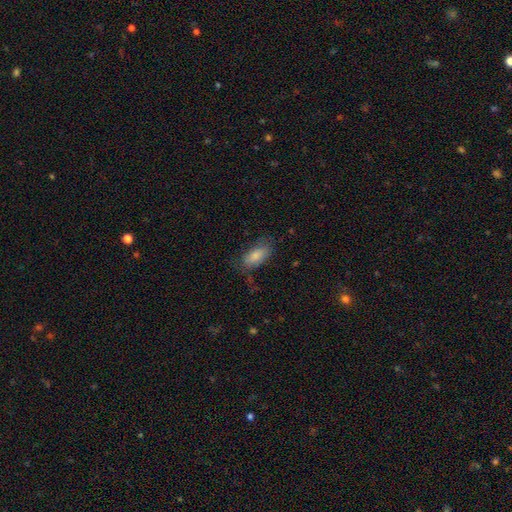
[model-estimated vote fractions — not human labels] A smooth galaxy with no disk features (81%) that is in between round and cigar-shaped (90%). Merging: none (65%).